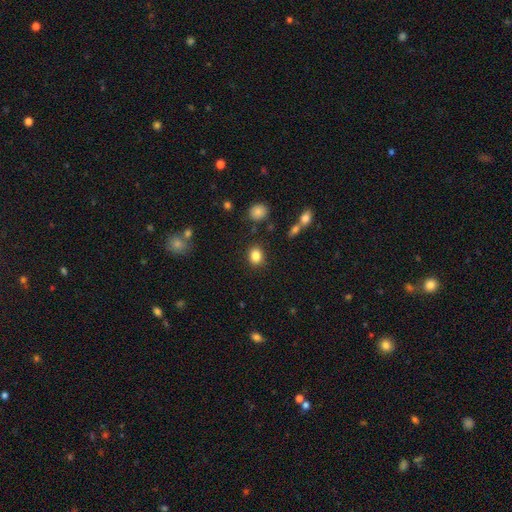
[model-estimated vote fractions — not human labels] This is clearly a smooth galaxy (84%). How rounded: possibly round (58%). Merging: clearly none (86%).